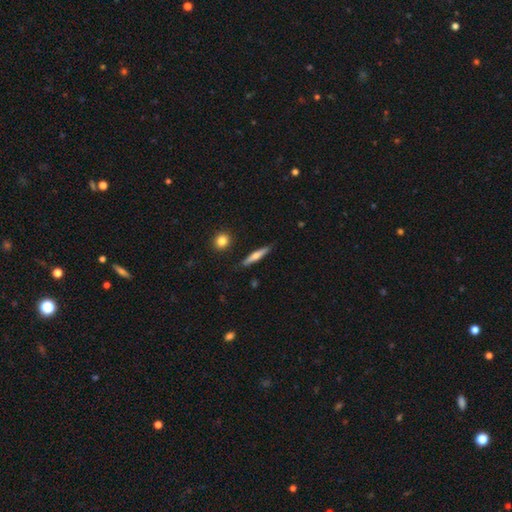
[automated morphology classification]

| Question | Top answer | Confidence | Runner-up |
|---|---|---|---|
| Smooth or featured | smooth | 52% | featured or disk (42%) |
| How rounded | cigar-shaped | 88% | in between (10%) |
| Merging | none | 87% | minor disturbance (9%) |